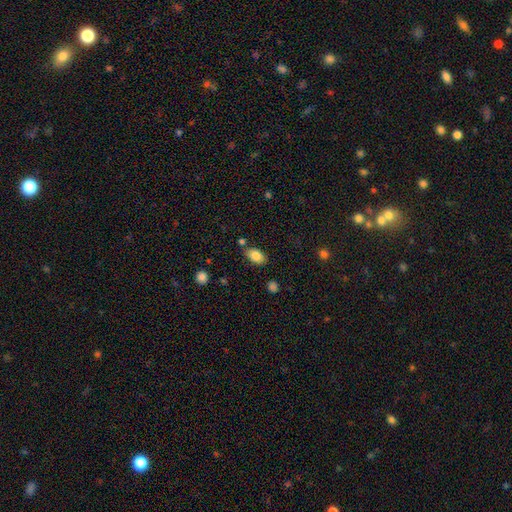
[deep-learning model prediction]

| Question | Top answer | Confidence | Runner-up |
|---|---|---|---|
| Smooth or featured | smooth | 84% | featured or disk (8%) |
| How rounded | in between | 90% | round (8%) |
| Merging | none | 77% | minor disturbance (13%) |